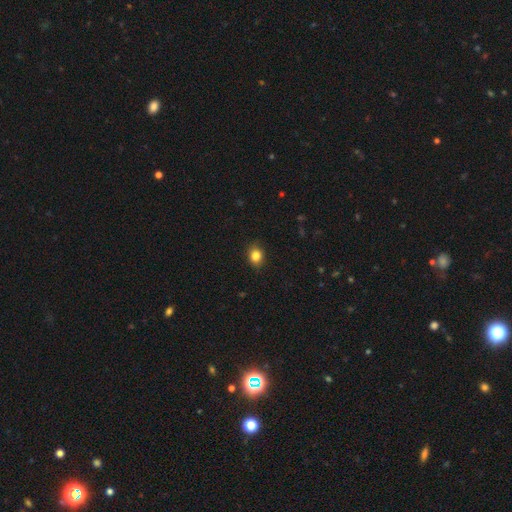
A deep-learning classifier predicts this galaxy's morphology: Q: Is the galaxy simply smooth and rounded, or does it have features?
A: smooth — 84%.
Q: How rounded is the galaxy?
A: round — 57%.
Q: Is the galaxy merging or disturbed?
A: none — 87%.